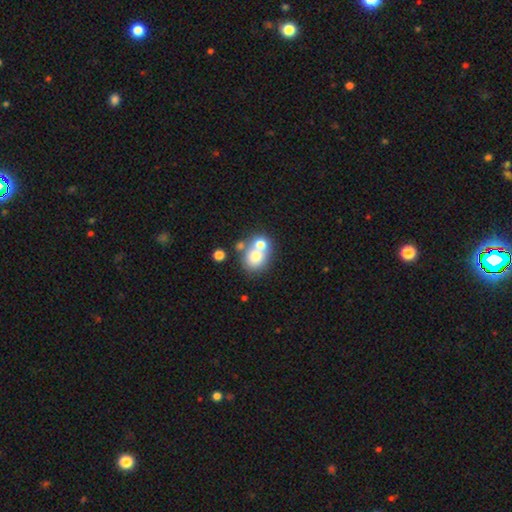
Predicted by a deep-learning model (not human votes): Q: Smooth or featured?
A: smooth (69%); runner-up: featured or disk (20%)
Q: How rounded?
A: round (70%); runner-up: in between (29%)
Q: Merging?
A: merger (53%); runner-up: none (36%)